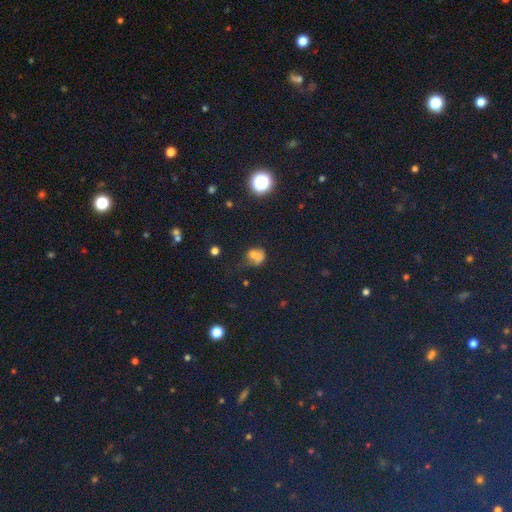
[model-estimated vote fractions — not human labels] This is possibly a smooth galaxy (59%). How rounded: possibly round (54%). Merging: marginally none (38%).